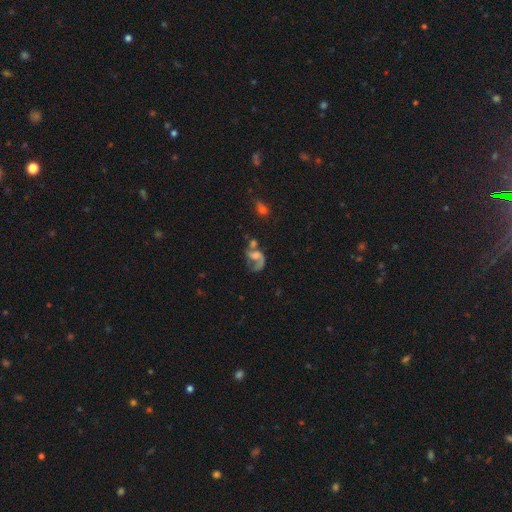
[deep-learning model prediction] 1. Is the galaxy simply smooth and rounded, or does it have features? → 72% featured or disk, 18% smooth, 10% star or artifact.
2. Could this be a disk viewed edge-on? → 98% no, 2% yes.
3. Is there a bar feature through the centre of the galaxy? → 59% no, 32% weak, 9% strong.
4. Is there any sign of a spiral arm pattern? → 85% yes, 15% no.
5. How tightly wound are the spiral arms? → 52% loose, 35% medium, 12% tight.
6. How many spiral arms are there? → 57% 1, 36% 2, 4% can't tell, 1% 3, 1% 4, 1% more than 4.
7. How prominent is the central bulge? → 31% none, 29% moderate, 26% small, 11% large, 3% dominant.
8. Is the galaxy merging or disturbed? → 32% major disturbance, 31% none, 21% merger, 15% minor disturbance.